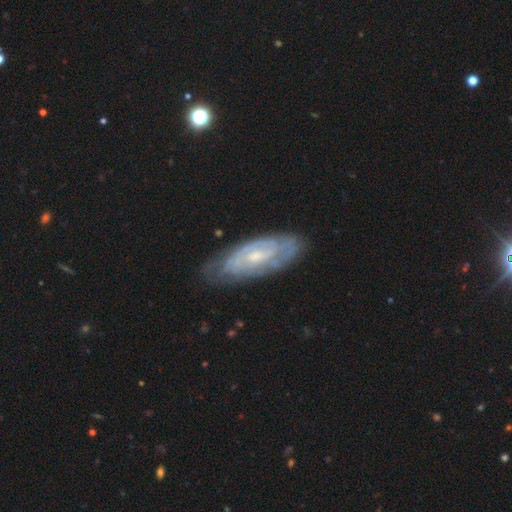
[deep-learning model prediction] A featured or disk galaxy (76%) with no bar (51%), tight (66%) spiral arms (85%) and a small central bulge (58%).

Vote fractions:
- Smooth or featured? featured or disk: 76% / smooth: 18% / star or artifact: 6%
- Edge-on disk? no: 88% / yes: 12%
- Bar? no: 51% / weak: 40% / strong: 9%
- Spiral arms? yes: 85% / no: 15%
- Spiral winding? tight: 66% / medium: 27% / loose: 7%
- Spiral arm count? can't tell: 49% / 2: 33% / 3: 7% / 1: 4% / 4: 3% / more than 4: 3%
- Bulge size? small: 58% / moderate: 35% / none: 5% / large: 2% / dominant: 1%
- Merging? none: 73% / minor disturbance: 20% / major disturbance: 5% / merger: 2%